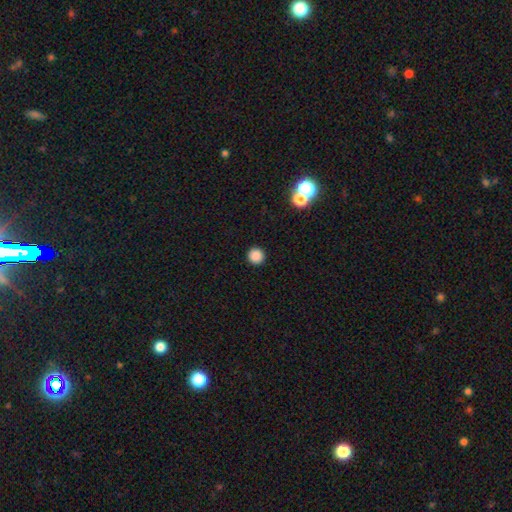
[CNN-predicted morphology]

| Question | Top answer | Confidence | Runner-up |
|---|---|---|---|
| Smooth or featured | smooth | 87% | star or artifact (10%) |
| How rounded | round | 96% | in between (3%) |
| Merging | none | 93% | minor disturbance (4%) |